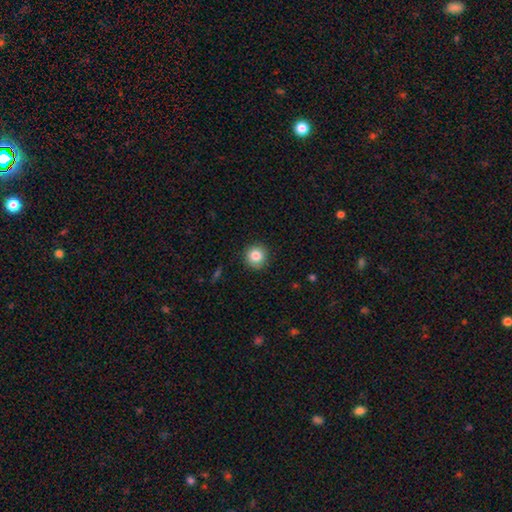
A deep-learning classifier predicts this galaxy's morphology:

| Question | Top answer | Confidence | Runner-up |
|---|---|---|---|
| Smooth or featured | smooth | 84% | star or artifact (9%) |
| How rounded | round | 94% | in between (5%) |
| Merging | none | 90% | minor disturbance (7%) |